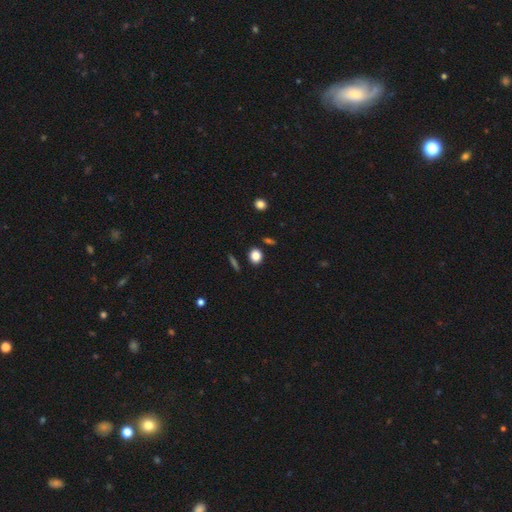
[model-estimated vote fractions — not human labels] smooth-or-featured: smooth: 85% | star or artifact: 10% | featured or disk: 5%
  how-rounded: round: 55% | in between: 43% | cigar-shaped: 2%
  merging: none: 87% | minor disturbance: 7% | merger: 3% | major disturbance: 2%